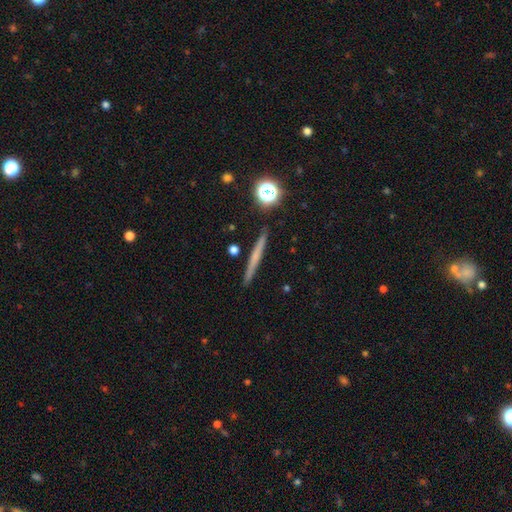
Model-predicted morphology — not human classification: Smooth or featured? Predicted: smooth (p=0.49). Merging? Predicted: none (p=0.90).